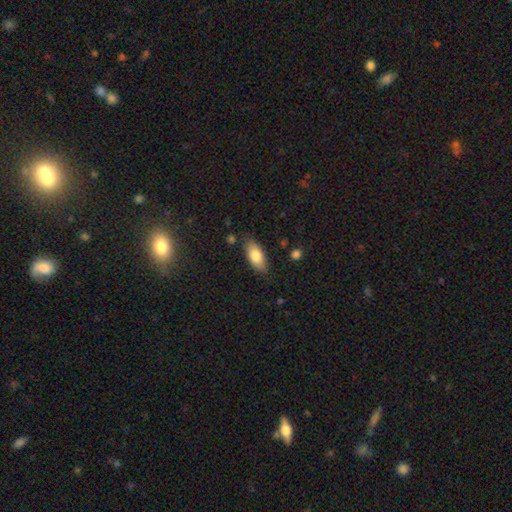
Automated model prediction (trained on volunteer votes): Overall: smooth (77%). How rounded: in between (85%). Merging: none (81%).